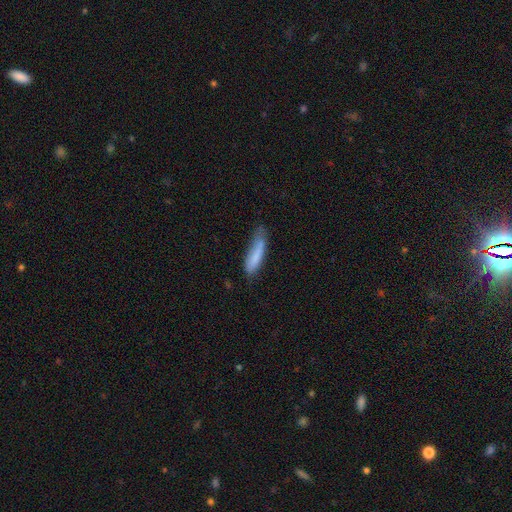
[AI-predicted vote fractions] Smooth or featured: smooth — 77% (featured or disk — 16%)
How rounded: cigar-shaped — 73% (in between — 26%)
Merging: none — 46% (minor disturbance — 35%)